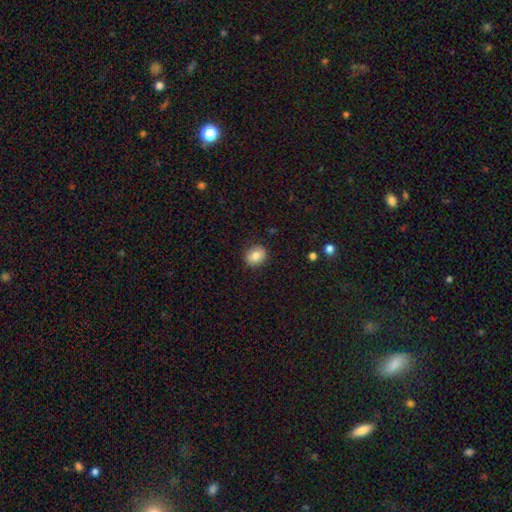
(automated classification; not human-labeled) A smooth galaxy with no disk features (84%) that is round (57%).

Vote fractions:
- Smooth or featured? smooth: 84% / star or artifact: 9% / featured or disk: 7%
- How rounded? round: 57% / in between: 42% / cigar-shaped: 1%
- Merging? none: 87% / minor disturbance: 10% / major disturbance: 2% / merger: 1%